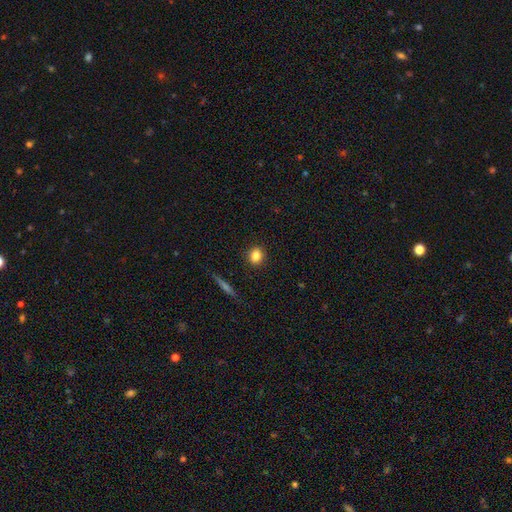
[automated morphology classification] smooth 83%, star or artifact 10%, featured or disk 7%. Down the decision tree: how rounded — round (65%); merging — none (90%).